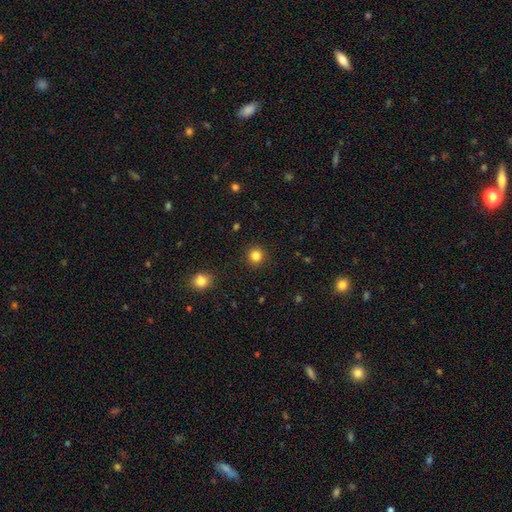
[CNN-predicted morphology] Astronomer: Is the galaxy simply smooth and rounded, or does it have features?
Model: smooth — 84%.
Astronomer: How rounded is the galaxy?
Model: round — 94%.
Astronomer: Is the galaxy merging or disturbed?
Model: none — 92%.